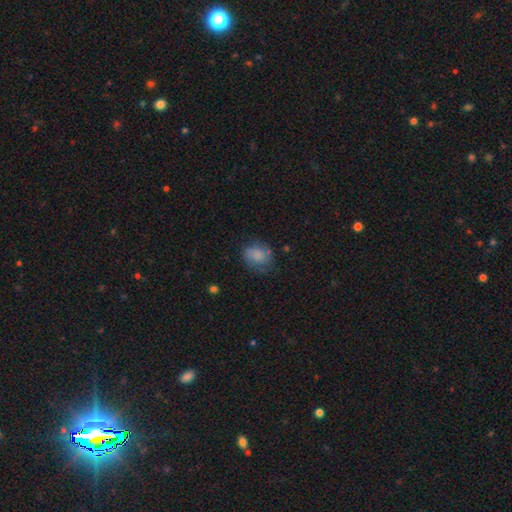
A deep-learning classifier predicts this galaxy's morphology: A smooth galaxy with no disk features (74%) that is in between round and cigar-shaped (51%).

Vote fractions:
- Smooth or featured? smooth: 74% / featured or disk: 17% / star or artifact: 9%
- How rounded? in between: 51% / round: 48% / cigar-shaped: 1%
- Merging? none: 64% / minor disturbance: 24% / major disturbance: 10% / merger: 2%